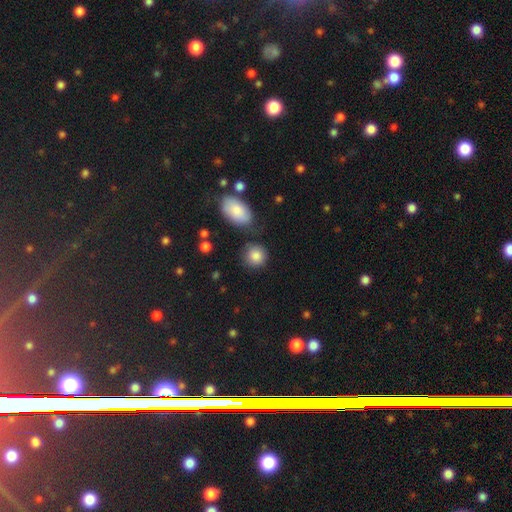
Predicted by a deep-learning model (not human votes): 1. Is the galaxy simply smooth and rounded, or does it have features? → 85% smooth, 8% star or artifact, 7% featured or disk.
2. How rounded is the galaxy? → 84% round, 15% in between, 1% cigar-shaped.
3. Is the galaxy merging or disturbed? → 73% none, 15% minor disturbance, 7% merger, 5% major disturbance.